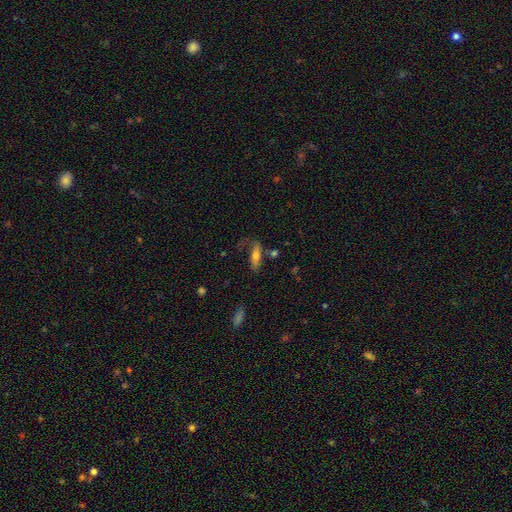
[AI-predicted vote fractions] Smooth or featured: smooth — 58% (featured or disk — 33%)
How rounded: in between — 56% (cigar-shaped — 41%)
Merging: none — 49% (minor disturbance — 24%)